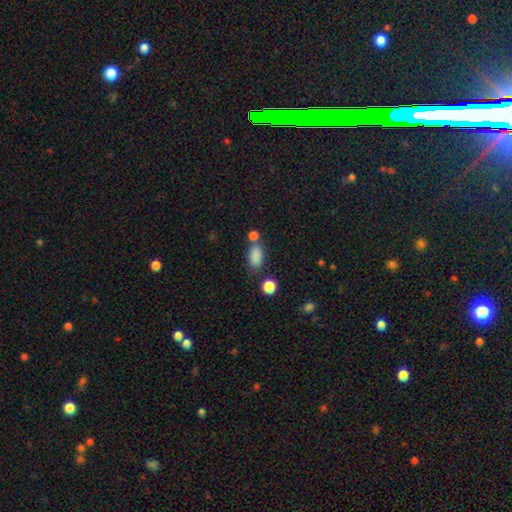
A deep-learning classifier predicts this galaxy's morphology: Q: Smooth or featured?
A: smooth (85%); runner-up: star or artifact (10%)
Q: How rounded?
A: in between (88%); runner-up: round (8%)
Q: Merging?
A: none (61%); runner-up: merger (18%)